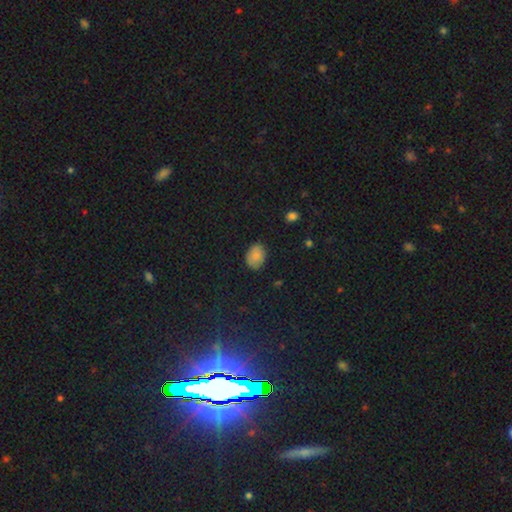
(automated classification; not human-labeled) Q: Smooth or featured?
A: smooth (82%); runner-up: star or artifact (11%)
Q: How rounded?
A: in between (72%); runner-up: round (27%)
Q: Merging?
A: none (81%); runner-up: minor disturbance (15%)